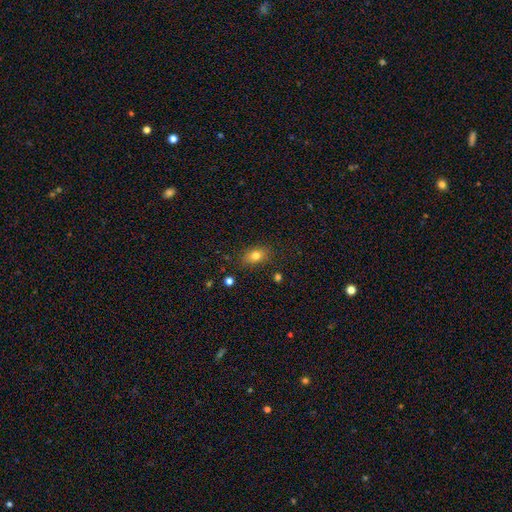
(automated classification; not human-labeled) Morphology: type=smooth (78%); roundness=in between (76%); merging=none (83%).